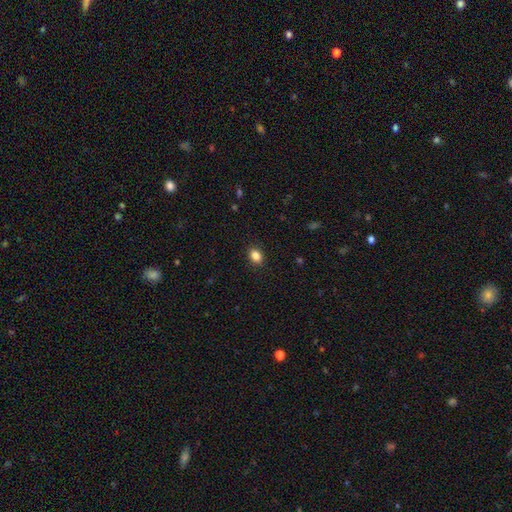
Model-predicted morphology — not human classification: smooth 86%, star or artifact 10%, featured or disk 4%. Down the decision tree: how rounded — in between (73%); merging — none (89%).